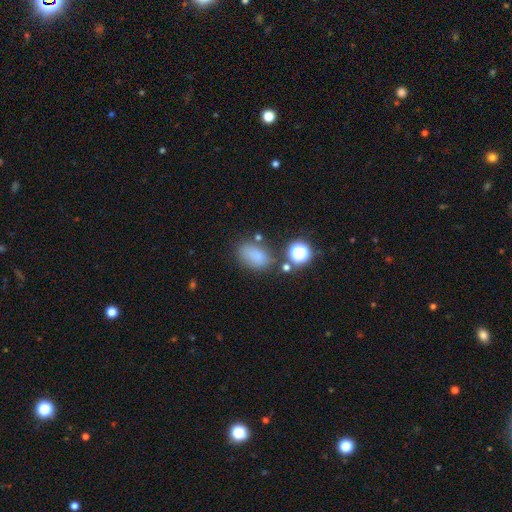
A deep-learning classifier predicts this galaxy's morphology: Smooth or featured? Predicted: smooth (p=0.76). How rounded? Predicted: in between (p=0.82). Merging? Predicted: none (p=0.64).